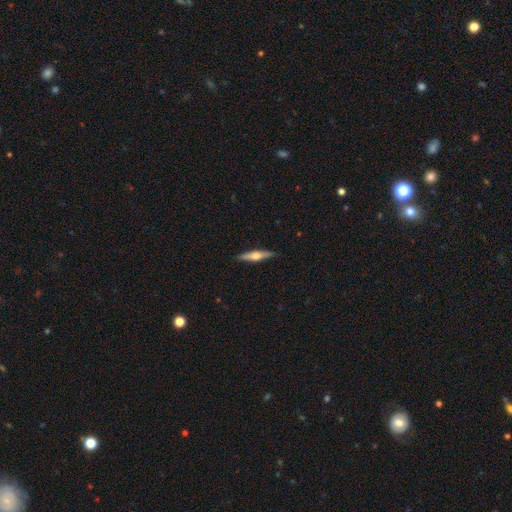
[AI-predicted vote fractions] Morphology: type=featured or disk (62%); edge-on=yes (97%); edge-on bulge=rounded (91%); merging=none (90%).